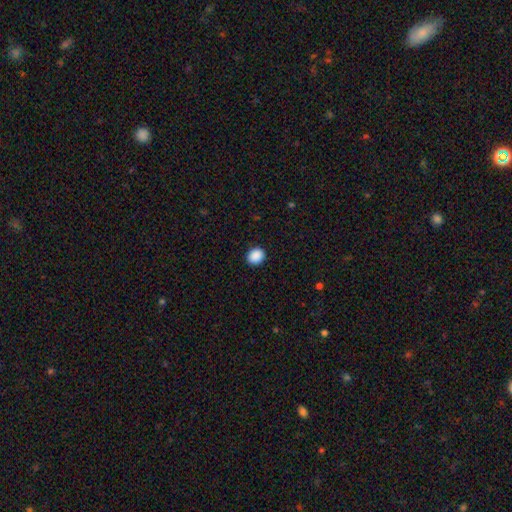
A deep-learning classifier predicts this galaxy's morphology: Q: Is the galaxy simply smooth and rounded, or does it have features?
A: smooth — 90%.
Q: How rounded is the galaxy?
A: round — 68%.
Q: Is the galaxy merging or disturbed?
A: none — 92%.